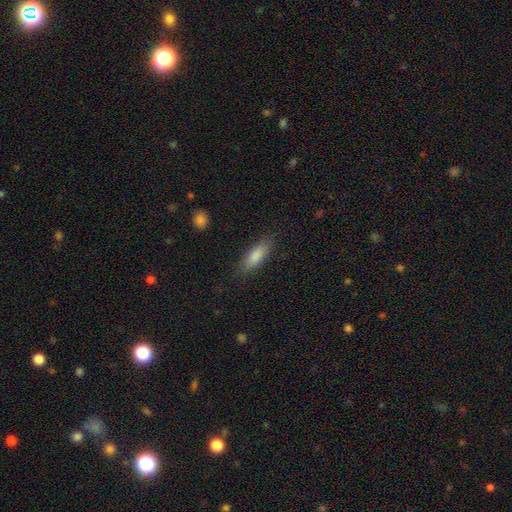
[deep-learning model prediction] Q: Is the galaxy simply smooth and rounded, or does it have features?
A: smooth — 81%.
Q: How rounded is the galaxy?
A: in between — 55%.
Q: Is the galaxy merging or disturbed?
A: none — 84%.